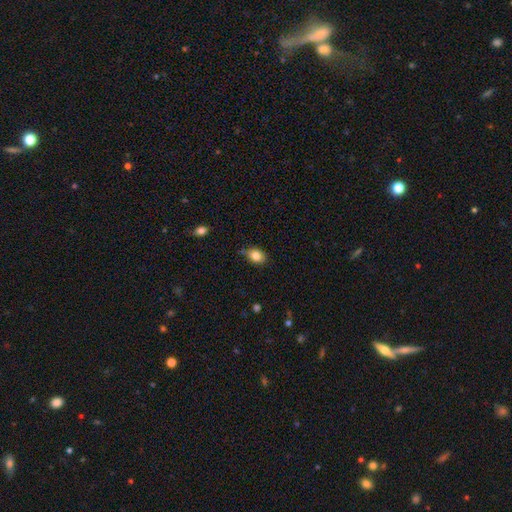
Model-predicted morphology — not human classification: A smooth galaxy with no disk features (82%) that is in between round and cigar-shaped (65%).

Vote fractions:
- Smooth or featured? smooth: 82% / star or artifact: 10% / featured or disk: 8%
- How rounded? in between: 65% / round: 33% / cigar-shaped: 1%
- Merging? none: 69% / minor disturbance: 23% / major disturbance: 4% / merger: 4%